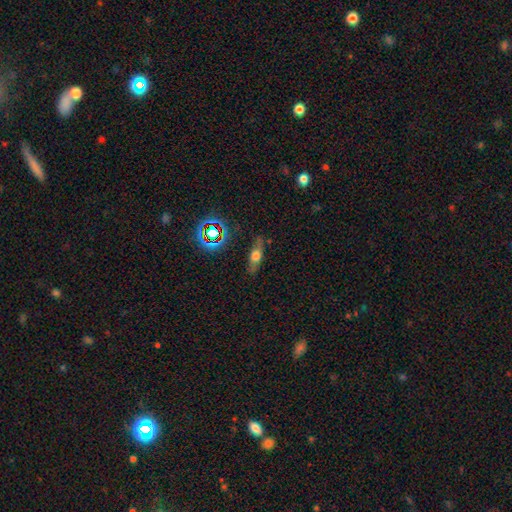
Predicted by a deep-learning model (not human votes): Q: Smooth or featured?
A: smooth (48%); runner-up: featured or disk (38%)
Q: Merging?
A: none (79%); runner-up: minor disturbance (15%)